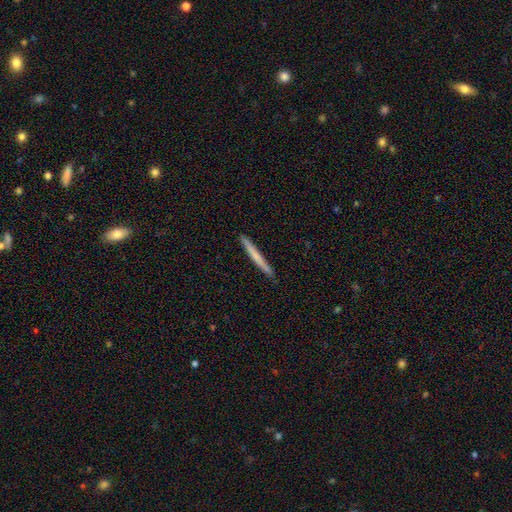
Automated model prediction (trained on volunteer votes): Smooth or featured? Predicted: smooth (p=0.61). How rounded? Predicted: cigar-shaped (p=0.97). Merging? Predicted: none (p=0.92).